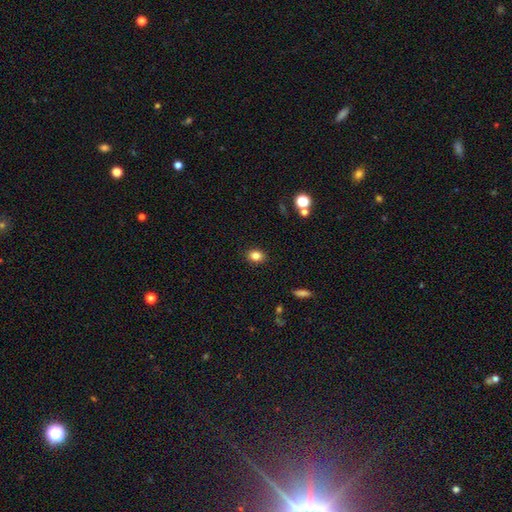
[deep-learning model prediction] A smooth galaxy with no disk features (83%) that is in between round and cigar-shaped (55%). Merging: none (89%).